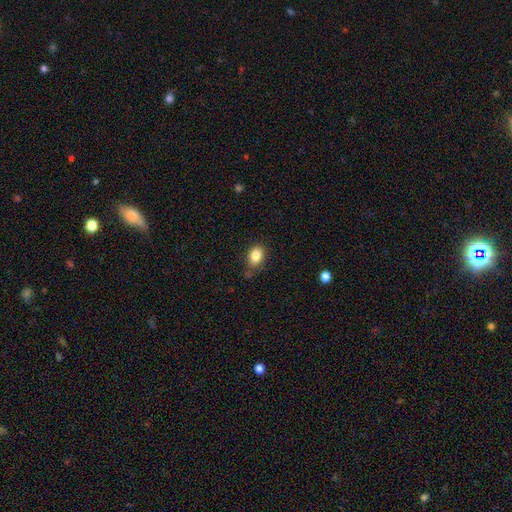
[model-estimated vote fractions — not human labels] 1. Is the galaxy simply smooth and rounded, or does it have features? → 84% smooth, 9% star or artifact, 7% featured or disk.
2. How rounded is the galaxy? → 73% in between, 25% round, 1% cigar-shaped.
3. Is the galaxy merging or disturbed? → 74% none, 19% minor disturbance, 4% major disturbance, 4% merger.